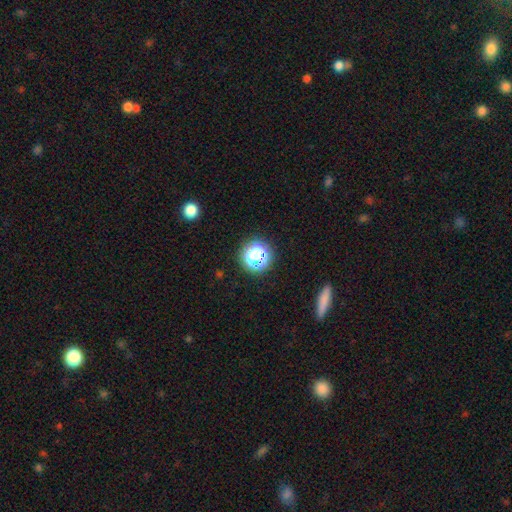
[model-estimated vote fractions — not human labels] A star or artifact, not a galaxy (52%).

Vote fractions:
- Smooth or featured? star or artifact: 52% / smooth: 39% / featured or disk: 10%